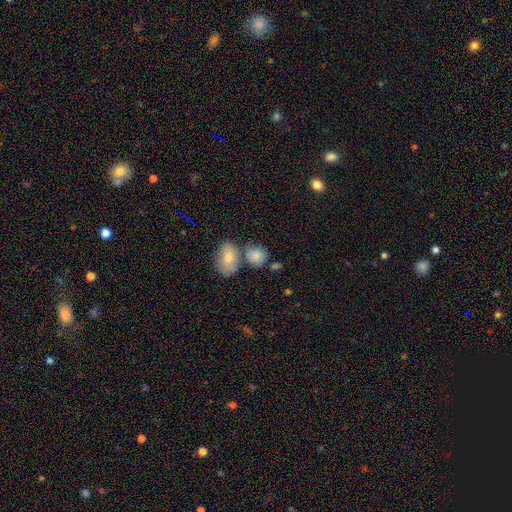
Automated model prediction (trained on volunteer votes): The model was most divided on "how rounded": round: 59%, in between: 40%, cigar-shaped: 2%. More confident: smooth or featured — smooth (82%); merging — none (53%).